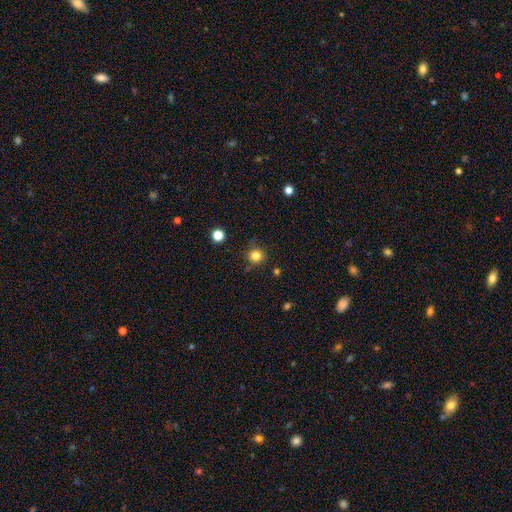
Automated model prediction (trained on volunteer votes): Smooth or featured: smooth — 81% (star or artifact — 13%)
How rounded: round — 92% (in between — 7%)
Merging: none — 81% (minor disturbance — 13%)